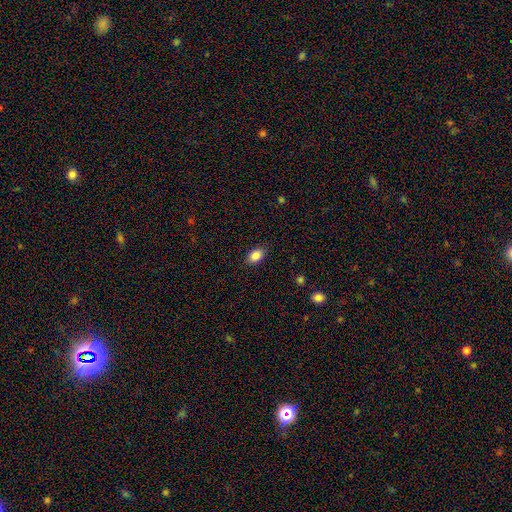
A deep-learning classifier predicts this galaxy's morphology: smooth-or-featured: smooth: 86% | star or artifact: 8% | featured or disk: 6%
  how-rounded: in between: 86% | round: 12% | cigar-shaped: 2%
  merging: none: 87% | minor disturbance: 9% | major disturbance: 2% | merger: 1%